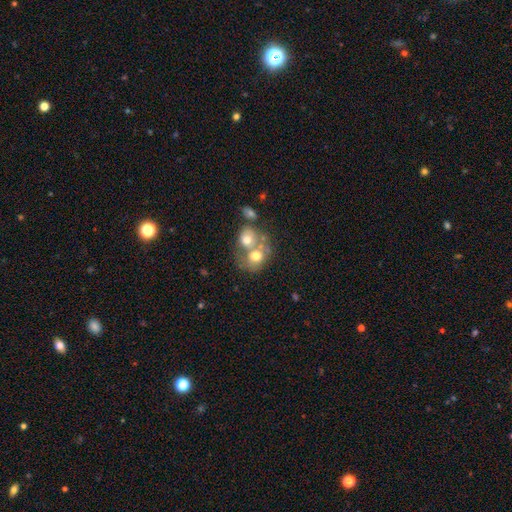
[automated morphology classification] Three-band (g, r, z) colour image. It shows a smooth galaxy with no disk features (65%) that is round (60%). Merging: merger (62%).